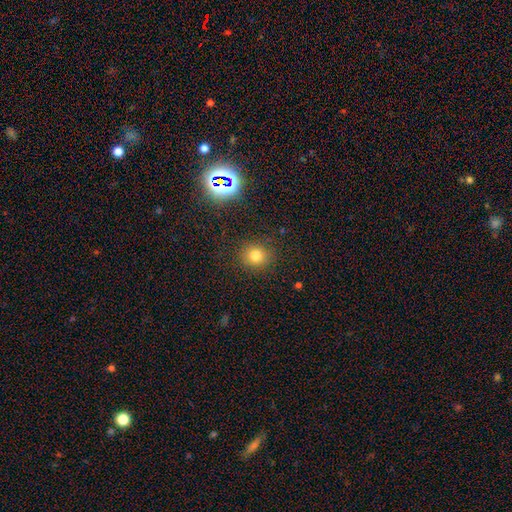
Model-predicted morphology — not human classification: This is likely a smooth galaxy (77%). How rounded: clearly round (84%). Merging: clearly none (87%).